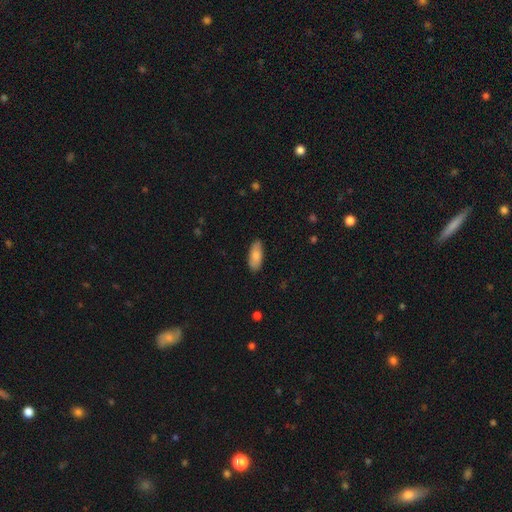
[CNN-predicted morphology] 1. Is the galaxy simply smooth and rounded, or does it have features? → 84% smooth, 11% featured or disk, 6% star or artifact.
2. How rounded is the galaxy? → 81% in between, 17% cigar-shaped, 2% round.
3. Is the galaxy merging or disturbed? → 86% none, 11% minor disturbance, 2% major disturbance, 1% merger.